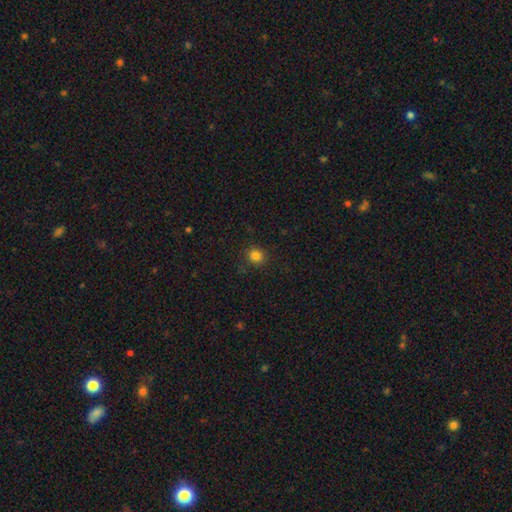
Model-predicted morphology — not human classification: Smooth or featured: smooth — 82% (star or artifact — 13%)
How rounded: round — 88% (in between — 12%)
Merging: none — 87% (minor disturbance — 9%)